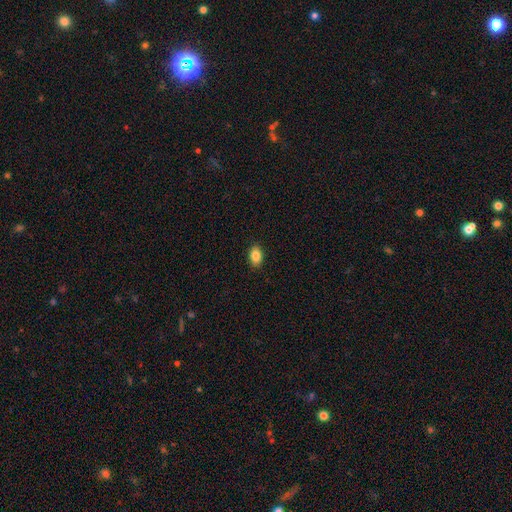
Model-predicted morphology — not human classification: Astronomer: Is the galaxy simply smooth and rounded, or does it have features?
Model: smooth — 85%.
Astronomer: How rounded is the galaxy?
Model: in between — 83%.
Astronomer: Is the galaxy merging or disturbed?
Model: none — 90%.